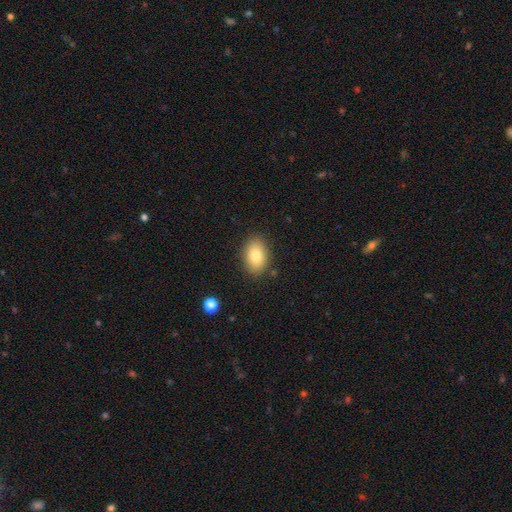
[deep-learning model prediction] Smooth or featured: smooth — 81% (featured or disk — 11%)
How rounded: in between — 80% (round — 19%)
Merging: none — 87% (minor disturbance — 10%)